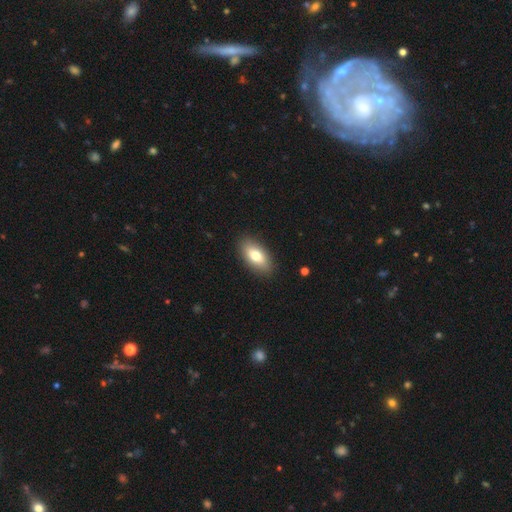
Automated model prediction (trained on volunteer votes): Morphology: type=smooth (75%); roundness=in between (90%); merging=none (89%).